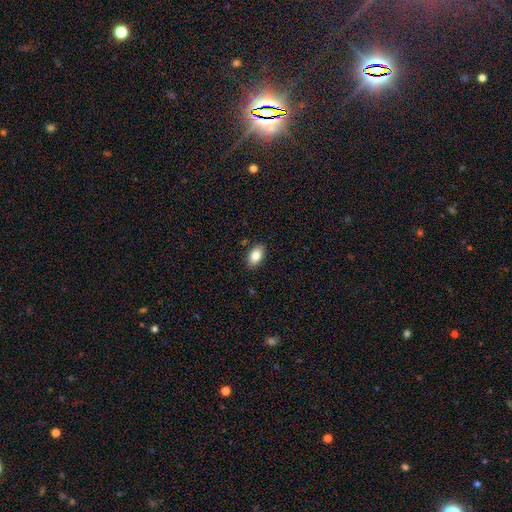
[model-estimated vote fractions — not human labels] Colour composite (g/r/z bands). It shows a smooth galaxy with no disk features (83%) that is in between round and cigar-shaped (91%). Merging: none (87%).